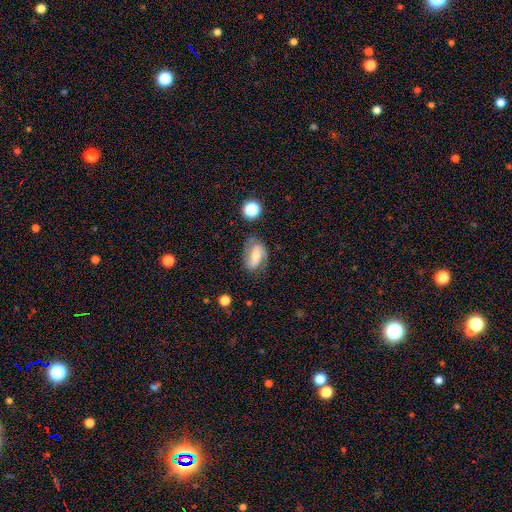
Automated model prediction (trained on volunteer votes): Q: Smooth or featured?
A: featured or disk (60%); runner-up: smooth (31%)
Q: Edge-on disk?
A: no (95%); runner-up: yes (5%)
Q: Bar?
A: no (41%); runner-up: weak (38%)
Q: Spiral arms?
A: yes (87%); runner-up: no (13%)
Q: Bulge size?
A: moderate (54%); runner-up: small (34%)
Q: Merging?
A: none (67%); runner-up: minor disturbance (21%)